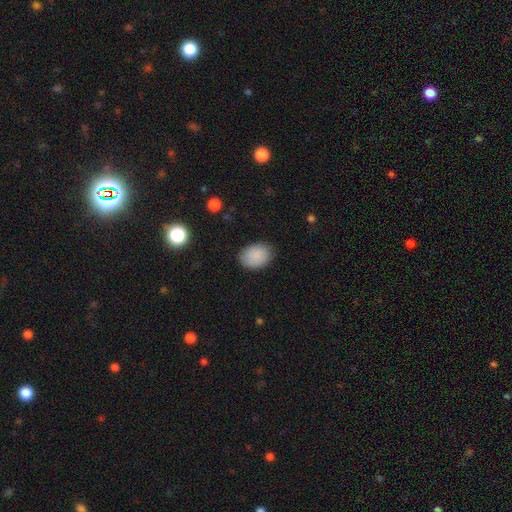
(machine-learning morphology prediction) Smooth or featured?
  - smooth: 89% *
  - star or artifact: 7%
  - featured or disk: 4%
How rounded?
  - in between: 72% *
  - round: 27%
  - cigar-shaped: 1%
Merging?
  - none: 85% *
  - minor disturbance: 11%
  - major disturbance: 3%
  - merger: 1%